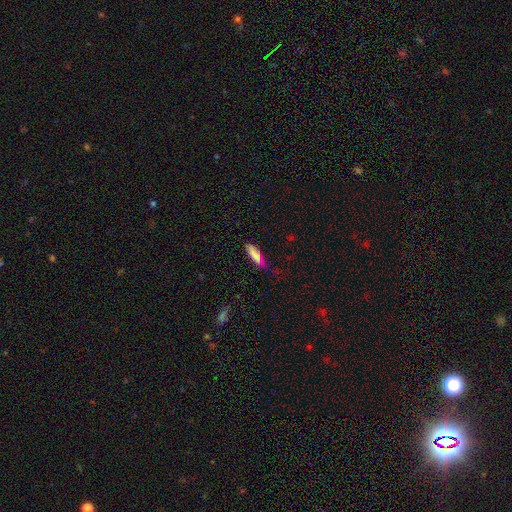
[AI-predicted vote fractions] Morphology: type=smooth (84%); roundness=cigar-shaped (58%); merging=none (61%).